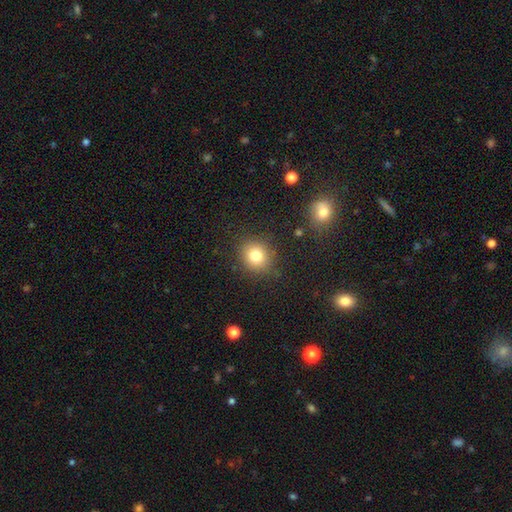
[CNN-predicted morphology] Overall: smooth (80%). How rounded: round (78%). Merging: none (84%).